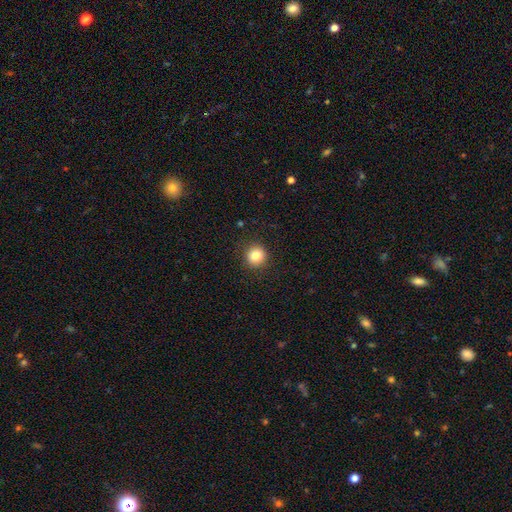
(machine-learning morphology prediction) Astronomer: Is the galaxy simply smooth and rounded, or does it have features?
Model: smooth — 85%.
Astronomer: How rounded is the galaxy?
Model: round — 92%.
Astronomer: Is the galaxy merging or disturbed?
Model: none — 90%.